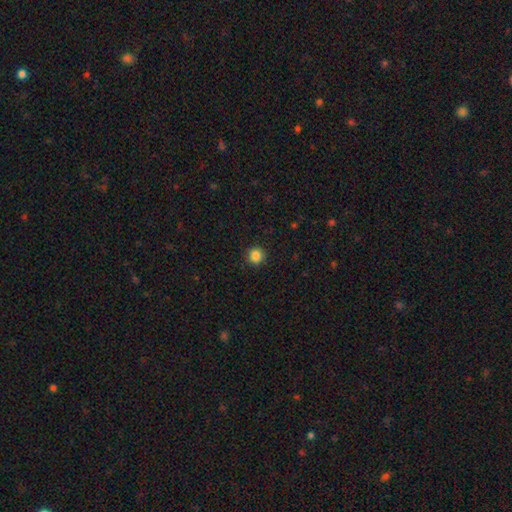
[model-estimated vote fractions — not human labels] Smooth or featured? Predicted: smooth (p=0.86). How rounded? Predicted: round (p=0.94). Merging? Predicted: none (p=0.92).